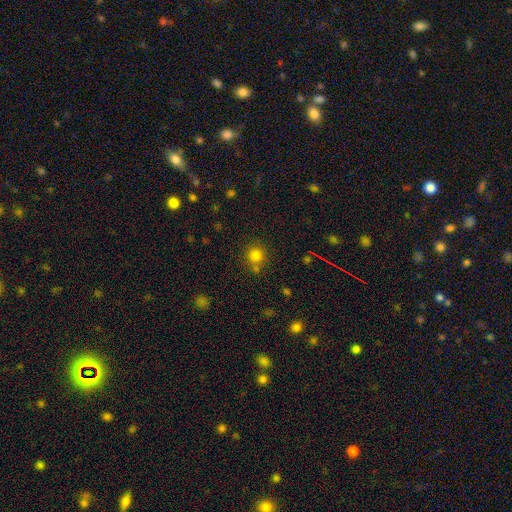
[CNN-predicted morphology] This appears to be a smooth galaxy with no disk features (80%) that is round (92%). Merging: none (72%).